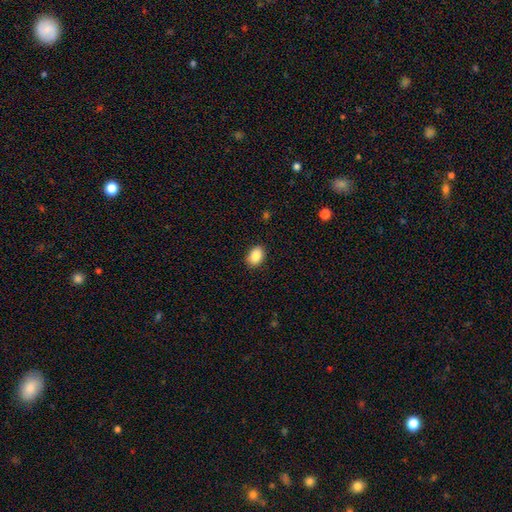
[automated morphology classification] A smooth galaxy with no disk features (89%) that is in between round and cigar-shaped (78%).

Vote fractions:
- Smooth or featured? smooth: 89% / star or artifact: 8% / featured or disk: 4%
- How rounded? in between: 78% / round: 20% / cigar-shaped: 1%
- Merging? none: 89% / minor disturbance: 8% / major disturbance: 2% / merger: 1%